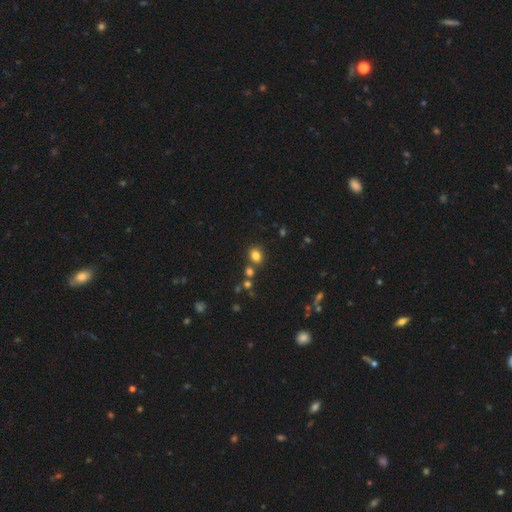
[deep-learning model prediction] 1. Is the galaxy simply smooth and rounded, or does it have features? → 80% smooth, 14% star or artifact, 6% featured or disk.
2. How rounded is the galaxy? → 55% round, 44% in between, 1% cigar-shaped.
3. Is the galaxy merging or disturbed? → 74% none, 12% merger, 10% minor disturbance, 3% major disturbance.